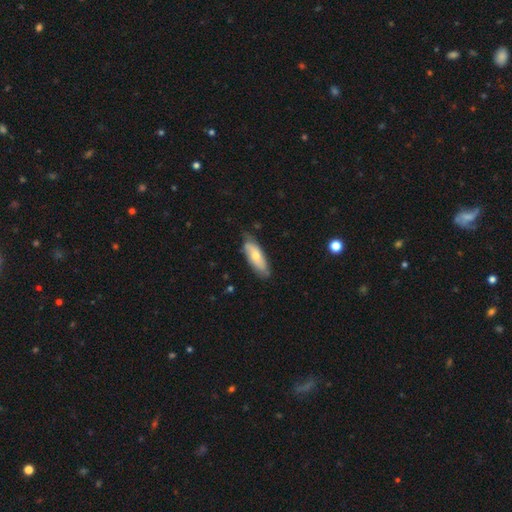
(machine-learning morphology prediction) The model was most divided on "smooth or featured": smooth: 59%, featured or disk: 35%, star or artifact: 6%. More confident: merging — none (71%); how rounded — in between (65%).